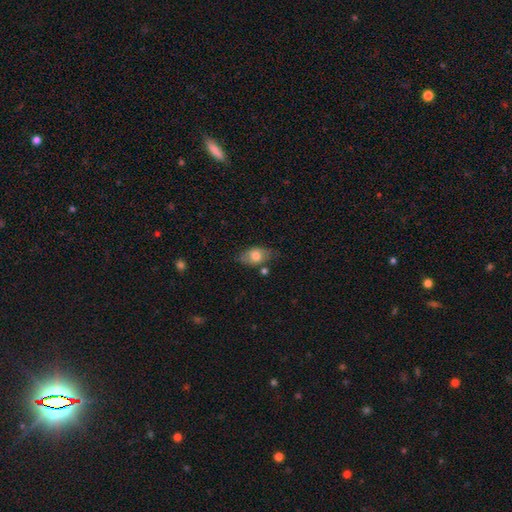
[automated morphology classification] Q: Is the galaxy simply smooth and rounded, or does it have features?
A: smooth — 72%.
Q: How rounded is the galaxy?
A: in between — 88%.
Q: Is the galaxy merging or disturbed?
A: none — 66%.